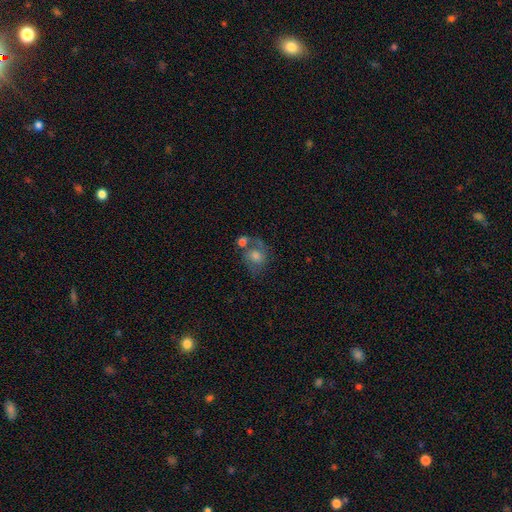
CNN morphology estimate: Overall: smooth (44%; featured or disk 42%). Merging: none (42%; merger 27%).